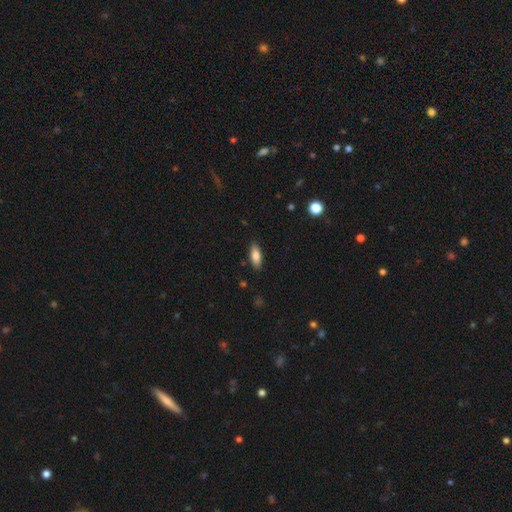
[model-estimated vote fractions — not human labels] The model was most divided on "how rounded": in between: 76%, cigar-shaped: 22%, round: 2%. More confident: merging — none (87%); smooth or featured — smooth (81%).